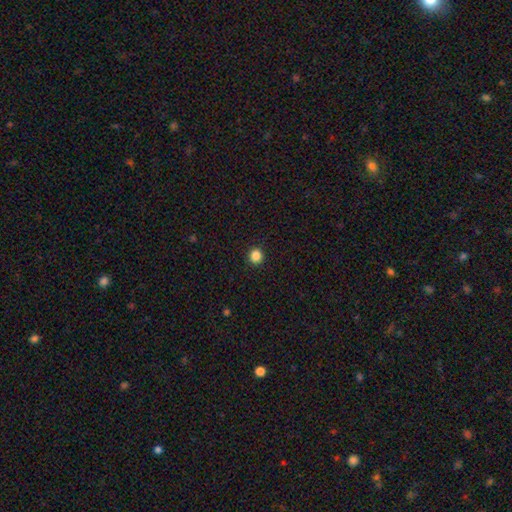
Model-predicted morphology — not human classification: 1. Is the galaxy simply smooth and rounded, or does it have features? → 86% smooth, 11% star or artifact, 3% featured or disk.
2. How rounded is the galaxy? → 93% round, 6% in between, 1% cigar-shaped.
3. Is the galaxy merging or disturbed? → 93% none, 4% minor disturbance, 2% major disturbance, 1% merger.